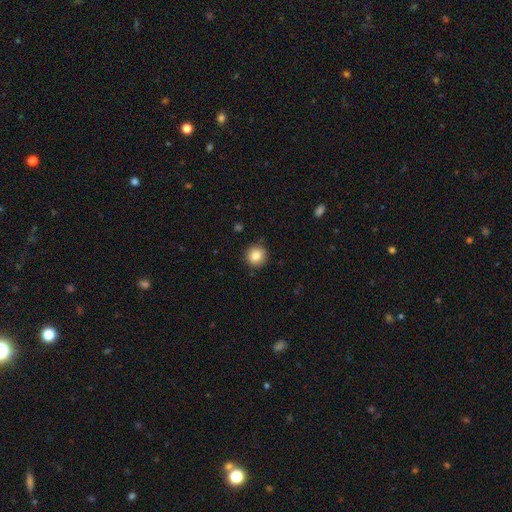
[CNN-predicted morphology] Smooth or featured? Predicted: smooth (p=0.84). How rounded? Predicted: round (p=0.94). Merging? Predicted: none (p=0.90).